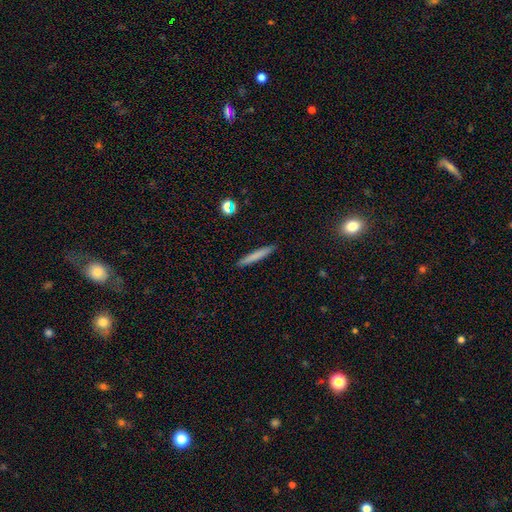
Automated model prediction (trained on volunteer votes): smooth_or_featured: smooth (p=0.76) [alt: featured or disk p=0.17]
how_rounded: cigar-shaped (p=0.95) [alt: in between p=0.04]
merging: none (p=0.91) [alt: minor disturbance p=0.07]